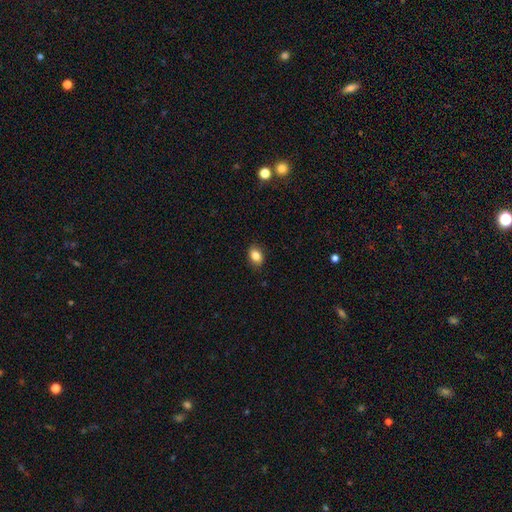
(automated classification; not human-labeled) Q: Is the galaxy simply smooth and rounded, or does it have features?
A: smooth — 85%.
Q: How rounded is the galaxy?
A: in between — 80%.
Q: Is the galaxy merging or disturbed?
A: none — 86%.